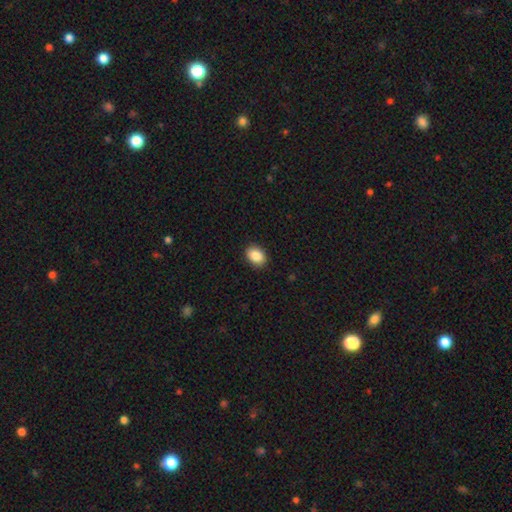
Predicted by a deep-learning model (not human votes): Smooth or featured: smooth — 88% (star or artifact — 8%)
How rounded: in between — 74% (round — 25%)
Merging: none — 90% (minor disturbance — 7%)